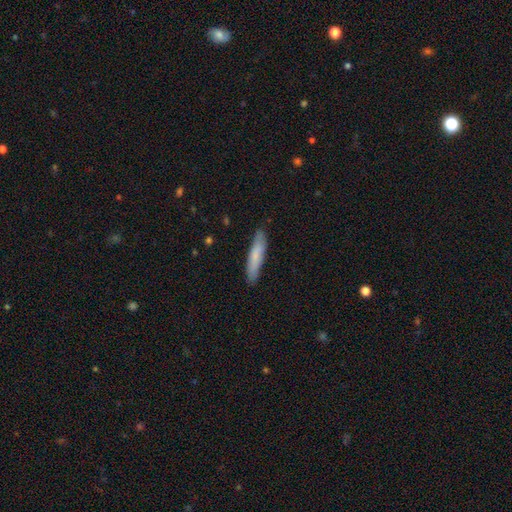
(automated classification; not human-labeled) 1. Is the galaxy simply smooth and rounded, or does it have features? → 76% smooth, 19% featured or disk, 5% star or artifact.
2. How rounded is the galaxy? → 87% cigar-shaped, 12% in between, 1% round.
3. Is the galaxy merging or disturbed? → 87% none, 10% minor disturbance, 2% major disturbance, 1% merger.